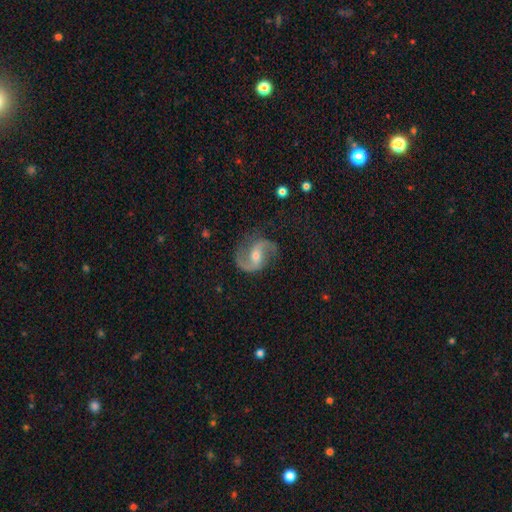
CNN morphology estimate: smooth-or-featured: featured or disk: 89% | star or artifact: 5% | smooth: 5%
  disk-edge-on: no: 98% | yes: 2%
    bar: weak: 45% | no: 36% | strong: 20%
    has-spiral-arms: yes: 98% | no: 2%
      spiral-winding: loose: 46% | medium: 45% | tight: 9%
      spiral-arm-count: 2: 93% | 1: 2% | can't tell: 2% | 3: 1% | 4: 1% | more than 4: 1%
    bulge-size: moderate: 54% | small: 40% | large: 3% | none: 2% | dominant: 1%
  merging: none: 78% | minor disturbance: 14% | major disturbance: 6% | merger: 1%